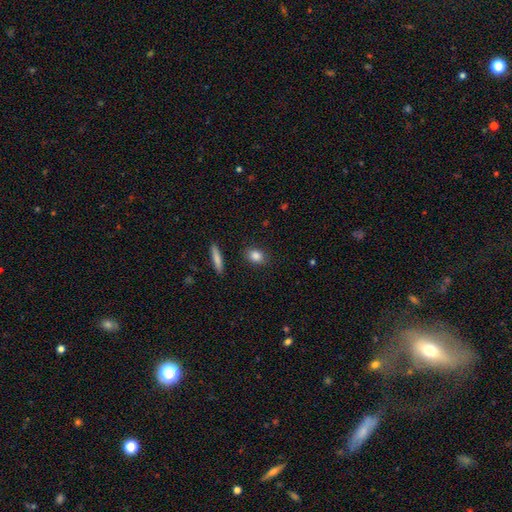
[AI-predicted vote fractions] The model was most divided on "how rounded": in between: 63%, round: 33%, cigar-shaped: 4%. More confident: merging — none (87%); smooth or featured — smooth (85%).